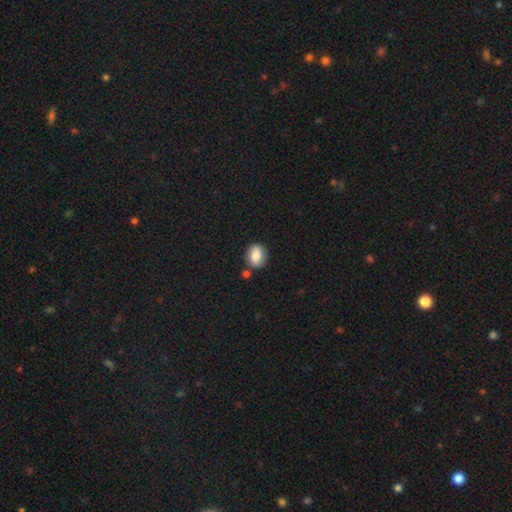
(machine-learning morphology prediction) Overall: smooth (74%). How rounded: round (53%; in between 46%). Merging: none (74%).